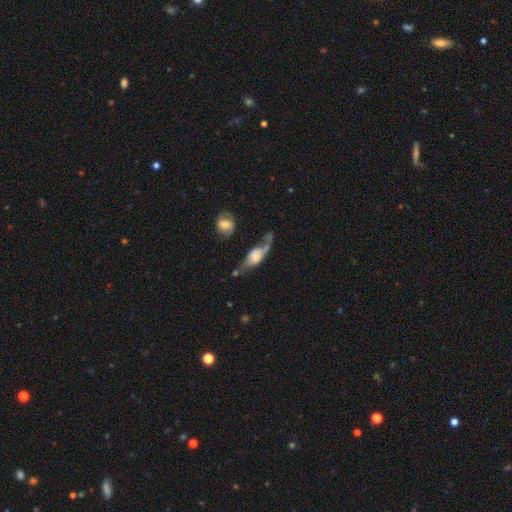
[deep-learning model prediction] Smooth or featured? featured or disk (63%)
Edge-on disk? no (72%)
Merging? none (36%)